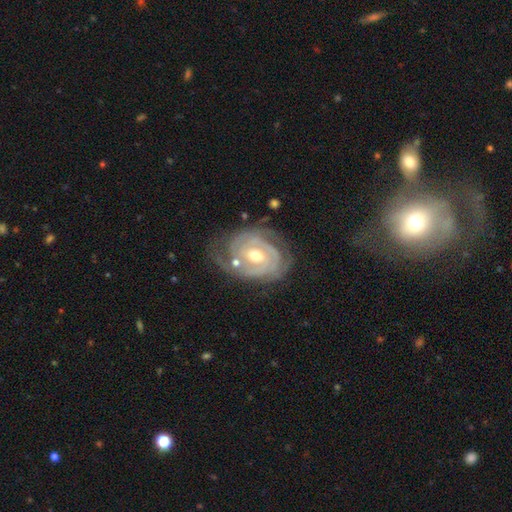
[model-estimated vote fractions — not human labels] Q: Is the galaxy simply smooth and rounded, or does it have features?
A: featured or disk — 89%.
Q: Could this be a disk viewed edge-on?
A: no — 97%.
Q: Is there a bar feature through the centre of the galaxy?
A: no — 43%.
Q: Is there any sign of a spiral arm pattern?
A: yes — 96%.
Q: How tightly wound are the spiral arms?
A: tight — 75%.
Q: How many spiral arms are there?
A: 2 — 33%.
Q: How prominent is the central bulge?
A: moderate — 65%.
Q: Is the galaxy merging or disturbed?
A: none — 65%.